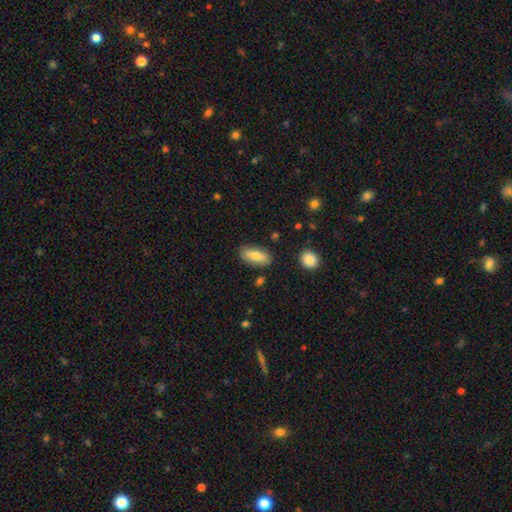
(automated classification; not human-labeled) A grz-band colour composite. It shows a smooth galaxy with no disk features (76%) that is in between round and cigar-shaped (81%). Merging: none (84%).